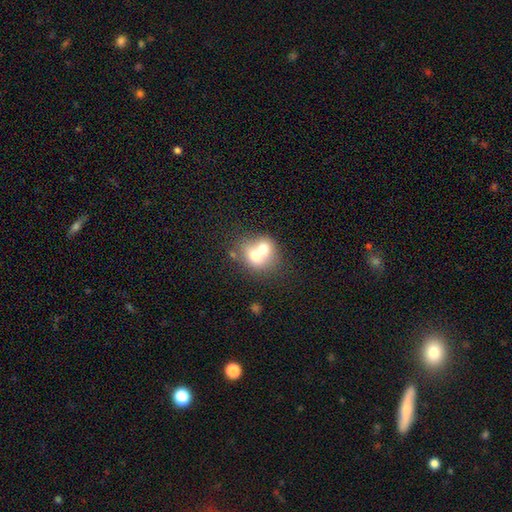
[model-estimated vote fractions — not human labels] Smooth or featured? smooth (64%)
How rounded? round (64%)
Merging? merger (70%)